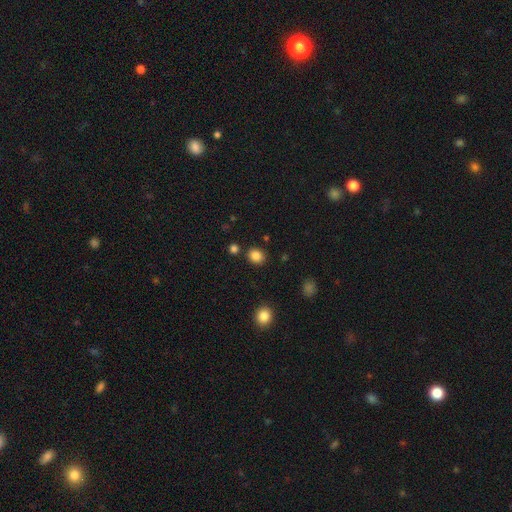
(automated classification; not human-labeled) Smooth or featured?
  - smooth: 85% *
  - star or artifact: 11%
  - featured or disk: 4%
How rounded?
  - round: 71% *
  - in between: 28%
  - cigar-shaped: 1%
Merging?
  - none: 84% *
  - minor disturbance: 9%
  - merger: 5%
  - major disturbance: 3%